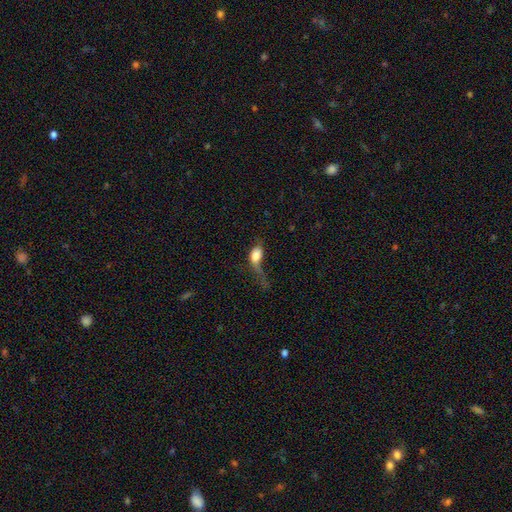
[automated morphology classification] Smooth or featured? smooth (72%)
How rounded? in between (81%)
Merging? major disturbance (58%)